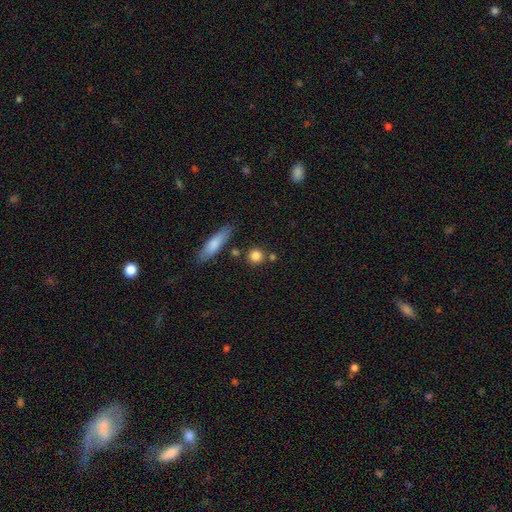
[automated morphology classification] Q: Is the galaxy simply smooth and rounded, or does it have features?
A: smooth — 82%.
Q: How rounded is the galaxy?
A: round — 85%.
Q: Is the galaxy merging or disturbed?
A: none — 75%.